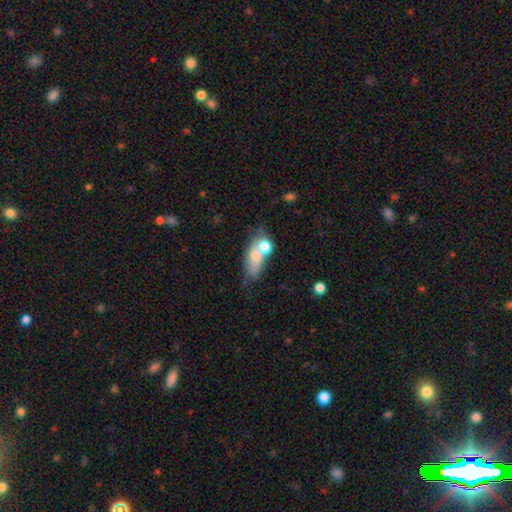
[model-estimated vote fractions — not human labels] This is likely a smooth galaxy (63%). How rounded: likely in between (67%). Merging: marginally merger (39%).